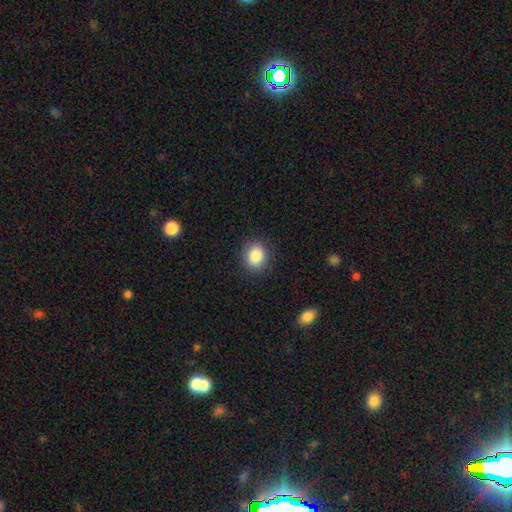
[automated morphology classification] smooth_or_featured: smooth (p=0.86) [alt: star or artifact p=0.09]
how_rounded: round (p=0.71) [alt: in between p=0.29]
merging: none (p=0.88) [alt: minor disturbance p=0.08]